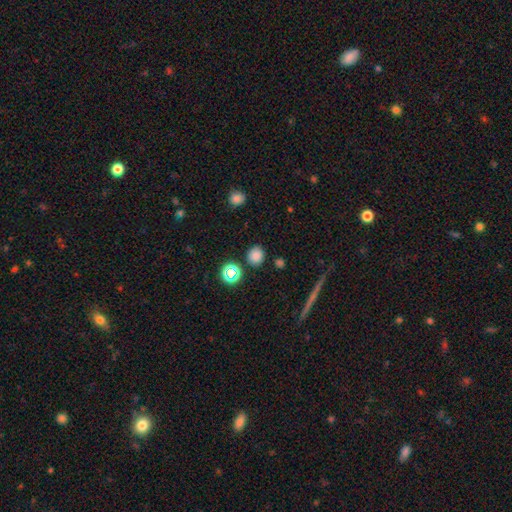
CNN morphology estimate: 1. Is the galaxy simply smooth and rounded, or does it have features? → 79% smooth, 16% star or artifact, 5% featured or disk.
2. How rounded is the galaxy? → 85% round, 13% in between, 1% cigar-shaped.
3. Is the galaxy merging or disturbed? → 85% none, 8% minor disturbance, 3% merger, 3% major disturbance.